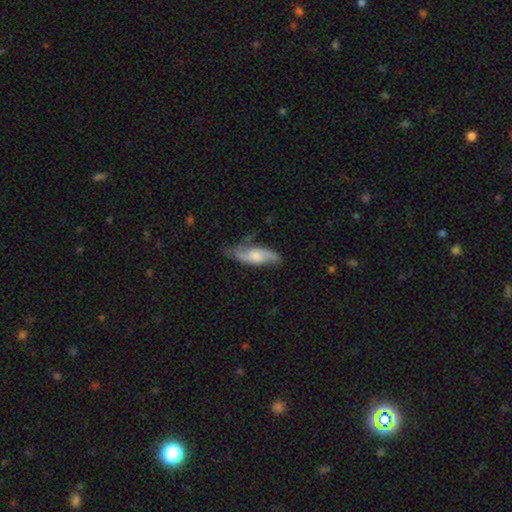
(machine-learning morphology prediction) The model was most divided on "bulge size": moderate: 41%, small: 27%, none: 16%, large: 15%, dominant: 2%. More confident: spiral arms — yes (90%); edge-on disk — no (86%); smooth or featured — featured or disk (61%); bar — no (58%); merging — none (56%).